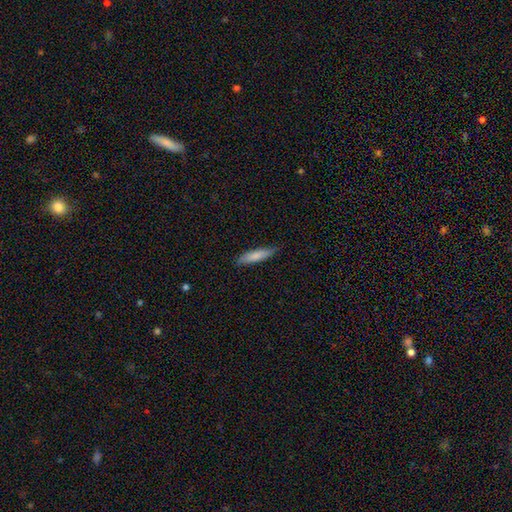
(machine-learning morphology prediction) Smooth or featured?
  - smooth: 80% *
  - featured or disk: 15%
  - star or artifact: 5%
How rounded?
  - cigar-shaped: 79% *
  - in between: 20%
  - round: 1%
Merging?
  - none: 83% *
  - minor disturbance: 14%
  - major disturbance: 2%
  - merger: 1%